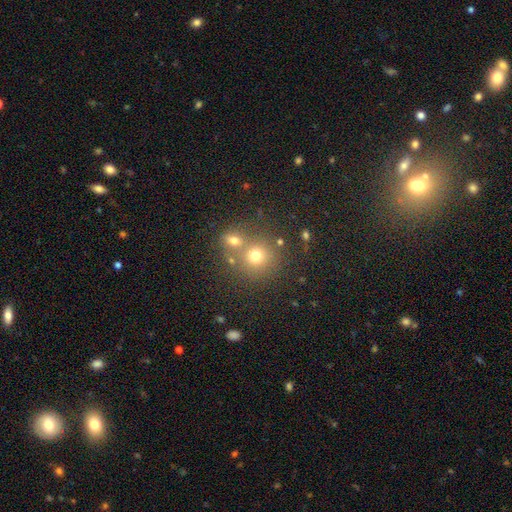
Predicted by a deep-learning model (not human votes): Q: Smooth or featured?
A: smooth (71%); runner-up: star or artifact (17%)
Q: How rounded?
A: round (87%); runner-up: in between (12%)
Q: Merging?
A: none (55%); runner-up: merger (33%)